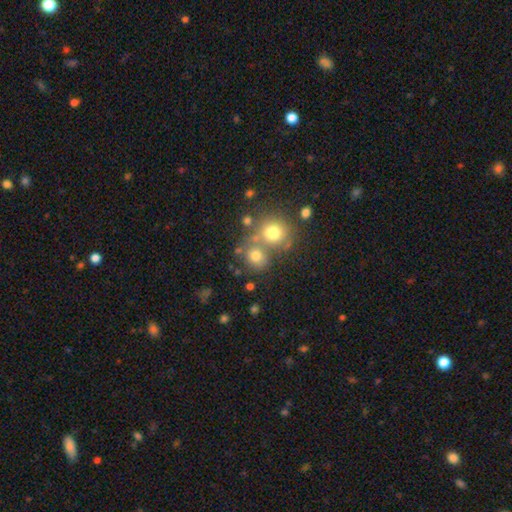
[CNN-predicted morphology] Overall: smooth (73%). How rounded: round (77%). Merging: none (52%; merger 34%).